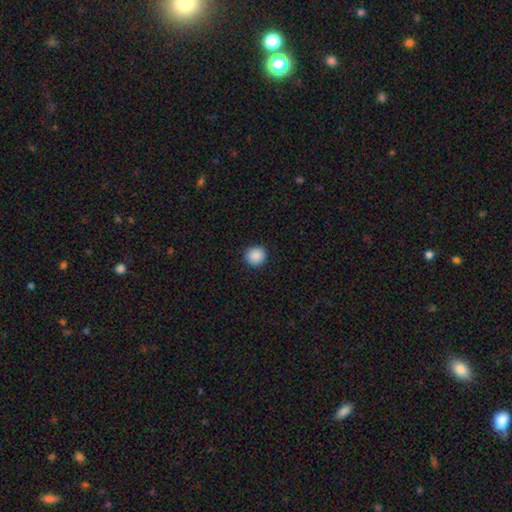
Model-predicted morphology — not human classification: A smooth galaxy with no disk features (89%) that is round (93%). Merging: none (92%).